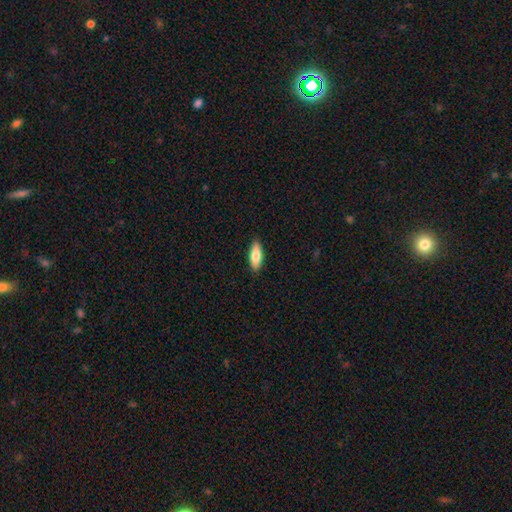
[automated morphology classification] smooth-or-featured: smooth: 77% | featured or disk: 17% | star or artifact: 6%
  how-rounded: in between: 67% | cigar-shaped: 31% | round: 2%
  merging: none: 90% | minor disturbance: 8% | major disturbance: 2% | merger: 1%